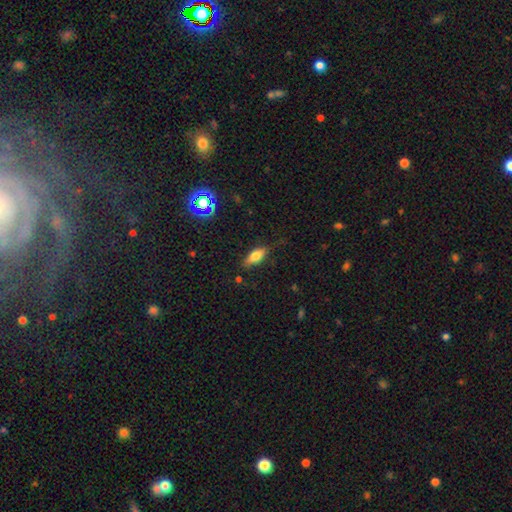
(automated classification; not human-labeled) This appears to be a smooth galaxy with no disk features (63%) that is in between round and cigar-shaped (68%). Merging: none (76%).